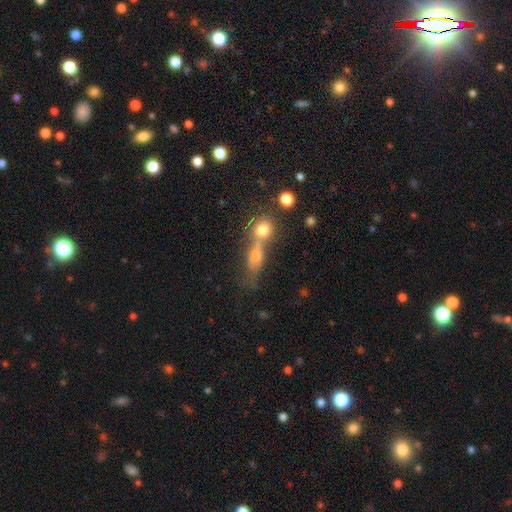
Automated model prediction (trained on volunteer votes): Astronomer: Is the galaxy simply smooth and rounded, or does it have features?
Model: smooth — 66%.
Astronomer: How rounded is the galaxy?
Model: in between — 54%.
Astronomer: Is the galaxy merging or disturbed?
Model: merger — 53%.